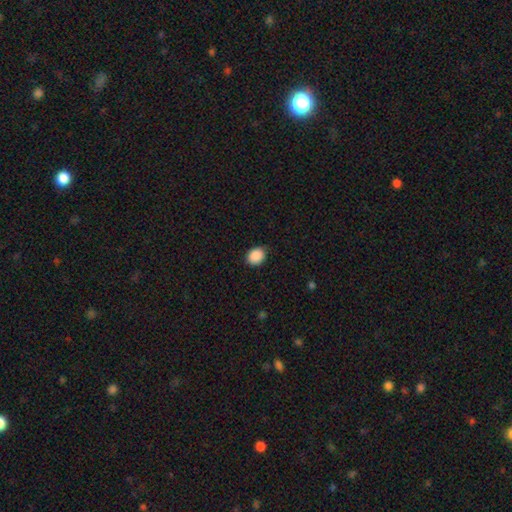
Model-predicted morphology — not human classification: Smooth or featured? Predicted: smooth (p=0.90). How rounded? Predicted: round (p=0.54). Merging? Predicted: none (p=0.87).